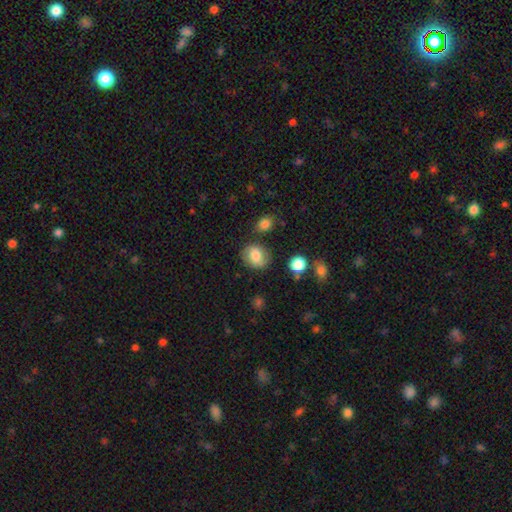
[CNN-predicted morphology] smooth-or-featured: smooth: 69% | featured or disk: 22% | star or artifact: 9%
  how-rounded: round: 64% | in between: 35% | cigar-shaped: 1%
  merging: none: 76% | minor disturbance: 15% | major disturbance: 5% | merger: 4%